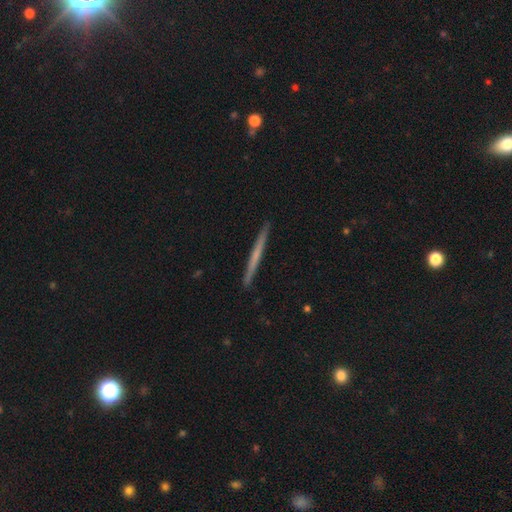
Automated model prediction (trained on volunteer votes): smooth-or-featured: featured or disk: 50% | smooth: 44% | star or artifact: 6%
  disk-edge-on: yes: 97% | no: 3%
  merging: none: 92% | minor disturbance: 5% | major disturbance: 1% | merger: 1%